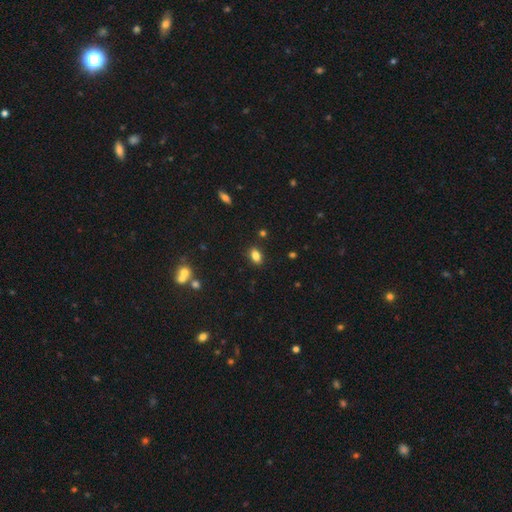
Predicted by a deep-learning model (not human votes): A smooth galaxy with no disk features (82%) that is in between round and cigar-shaped (82%). Merging: none (86%).